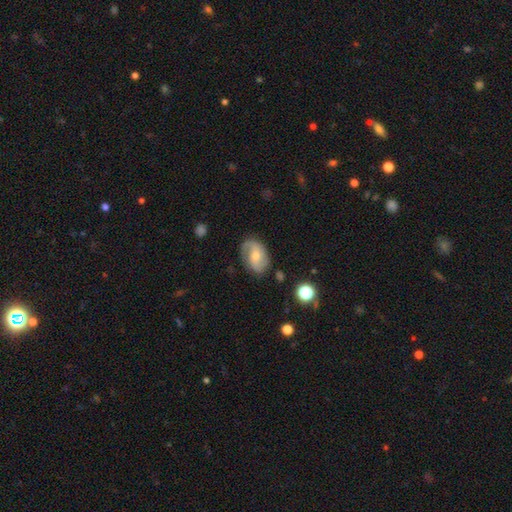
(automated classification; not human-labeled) smooth_or_featured: featured or disk (p=0.69) [alt: smooth p=0.22]
disk_edge_on: no (p=0.96) [alt: yes p=0.04]
bar: no (p=0.57) [alt: weak p=0.35]
has_spiral_arms: yes (p=0.90) [alt: no p=0.10]
spiral_winding: medium (p=0.42) [alt: loose p=0.29]
spiral_arm_count: 2 (p=0.74) [alt: can't tell p=0.11]
bulge_size: moderate (p=0.54) [alt: small p=0.41]
merging: none (p=0.73) [alt: minor disturbance p=0.19]